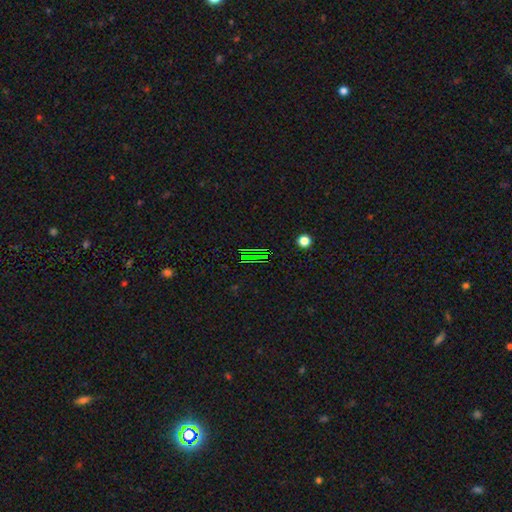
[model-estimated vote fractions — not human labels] Overall: star or artifact (71%).